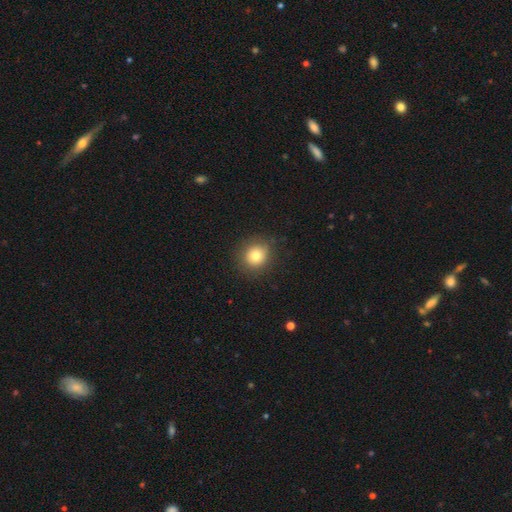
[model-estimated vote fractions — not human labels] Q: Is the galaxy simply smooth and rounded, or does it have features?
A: smooth — 79%.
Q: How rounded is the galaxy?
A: round — 86%.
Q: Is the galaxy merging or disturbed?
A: none — 86%.